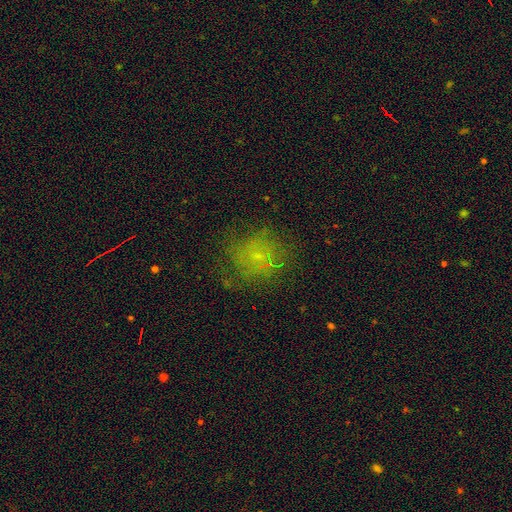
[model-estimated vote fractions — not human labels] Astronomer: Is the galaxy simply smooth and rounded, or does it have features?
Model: smooth — 50% (runner-up: featured or disk, 28%).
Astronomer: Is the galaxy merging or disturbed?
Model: none — 67%.